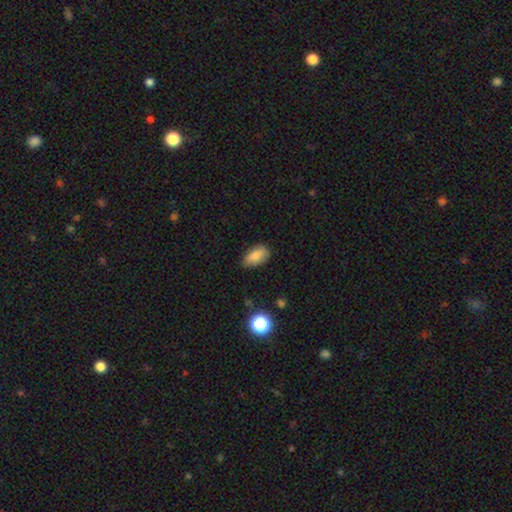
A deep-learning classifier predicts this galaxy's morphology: This is clearly a smooth galaxy (82%). How rounded: clearly in between (91%). Merging: likely none (77%).